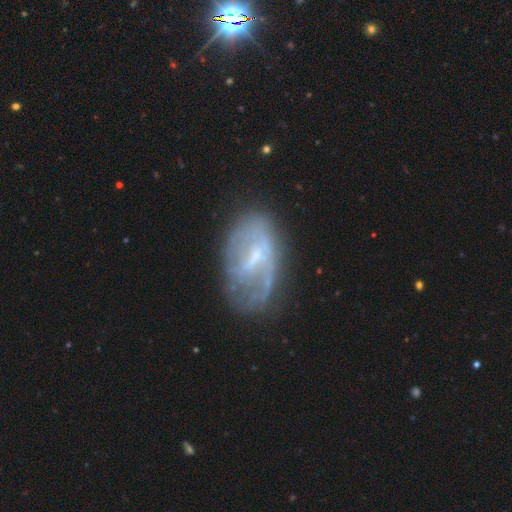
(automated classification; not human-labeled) Smooth or featured? Predicted: featured or disk (p=0.72). Edge-on disk? Predicted: no (p=0.95). Bar? Predicted: weak (p=0.53). Spiral arms? Predicted: yes (p=0.66). Bulge size? Predicted: small (p=0.60). Merging? Predicted: none (p=0.53).